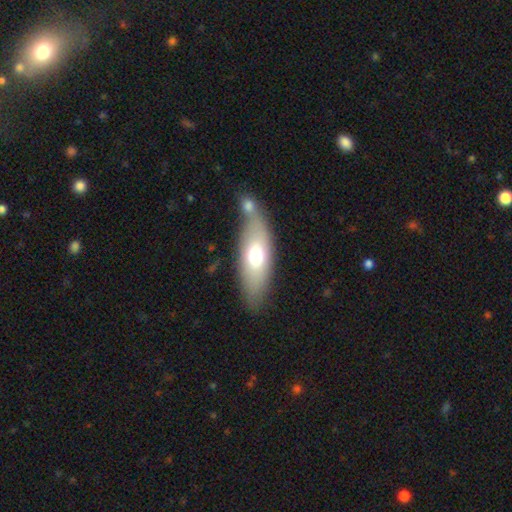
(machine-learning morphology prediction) Q: Smooth or featured?
A: smooth (64%); runner-up: featured or disk (30%)
Q: How rounded?
A: in between (69%); runner-up: cigar-shaped (27%)
Q: Merging?
A: none (50%); runner-up: merger (29%)